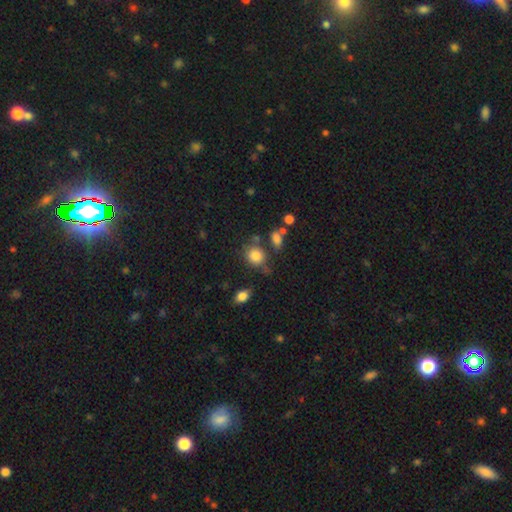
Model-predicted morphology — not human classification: A smooth galaxy with no disk features (82%) that is round (72%).

Vote fractions:
- Smooth or featured? smooth: 82% / star or artifact: 11% / featured or disk: 7%
- How rounded? round: 72% / in between: 27% / cigar-shaped: 1%
- Merging? none: 68% / minor disturbance: 16% / merger: 11% / major disturbance: 6%